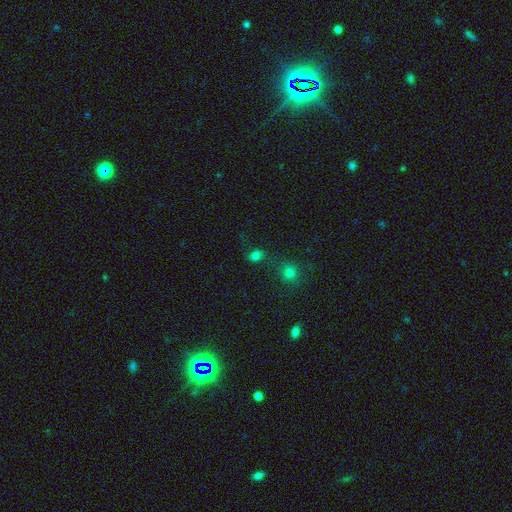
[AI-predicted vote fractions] This is likely a smooth galaxy (67%). How rounded: possibly round (49%, tied with in between). Merging: possibly none (50%).